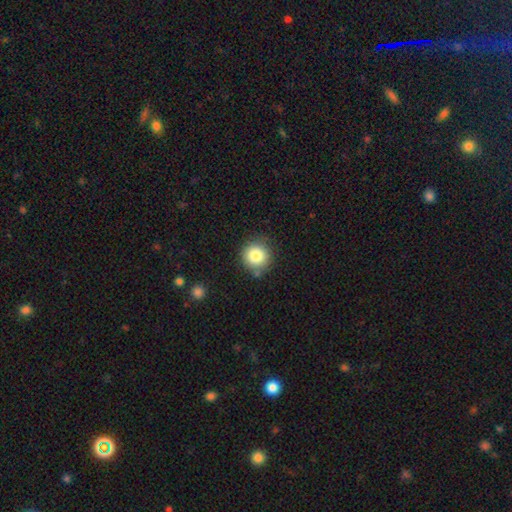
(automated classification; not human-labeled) Smooth or featured? smooth (84%)
How rounded? round (93%)
Merging? none (82%)